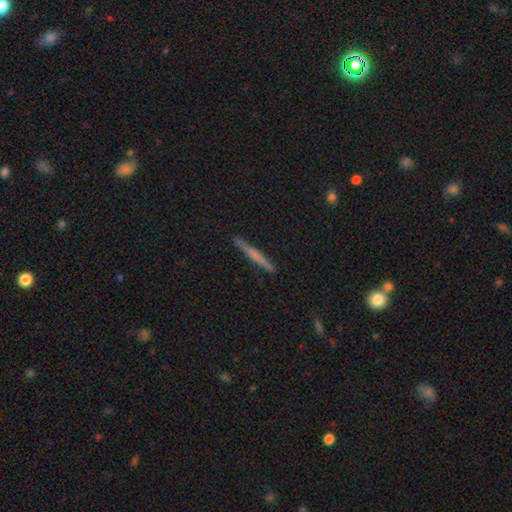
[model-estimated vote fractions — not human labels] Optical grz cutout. It shows a smooth galaxy with no disk features (54%) that is cigar-shaped (96%). Merging: none (91%).